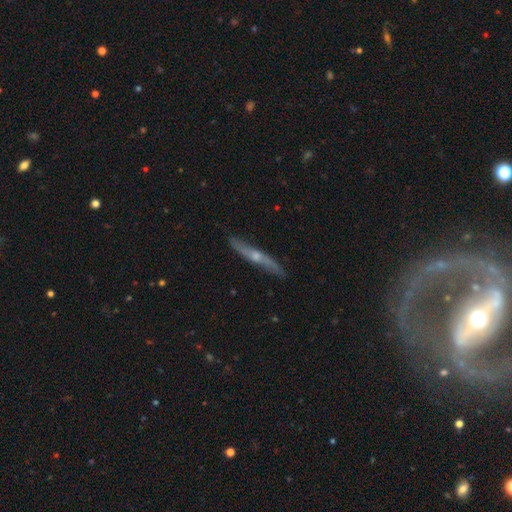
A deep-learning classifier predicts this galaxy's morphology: Overall: featured or disk (73%). Edge-on disk: yes (86%). Edge-on bulge: rounded (82%). Merging: none (85%).